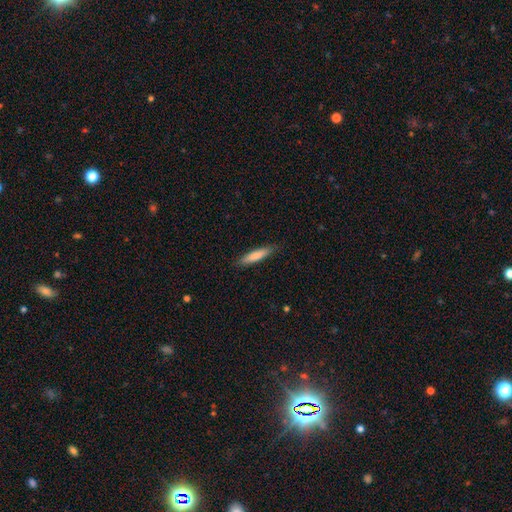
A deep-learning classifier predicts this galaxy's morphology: Smooth or featured? Predicted: smooth (p=0.77). How rounded? Predicted: cigar-shaped (p=0.85). Merging? Predicted: none (p=0.87).